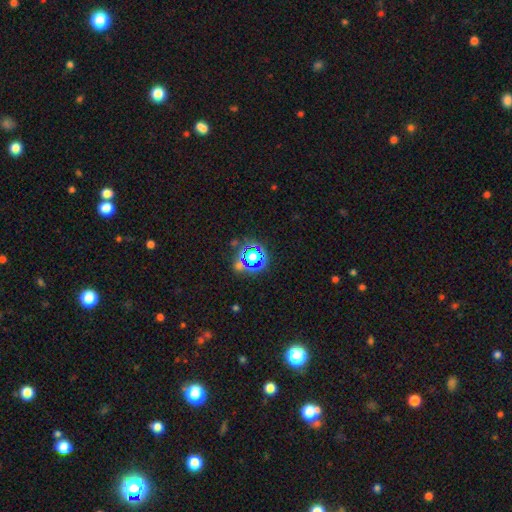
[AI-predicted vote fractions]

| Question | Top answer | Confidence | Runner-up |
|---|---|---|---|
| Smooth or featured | star or artifact | 75% | smooth (17%) |